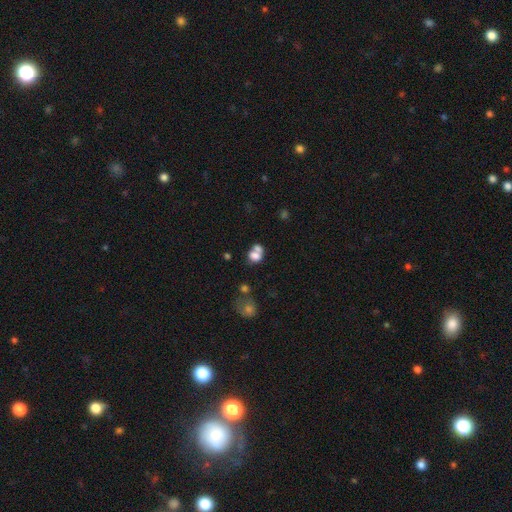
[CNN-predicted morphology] type=smooth (71%); roundness=in between (50%); merging=merger (55%).